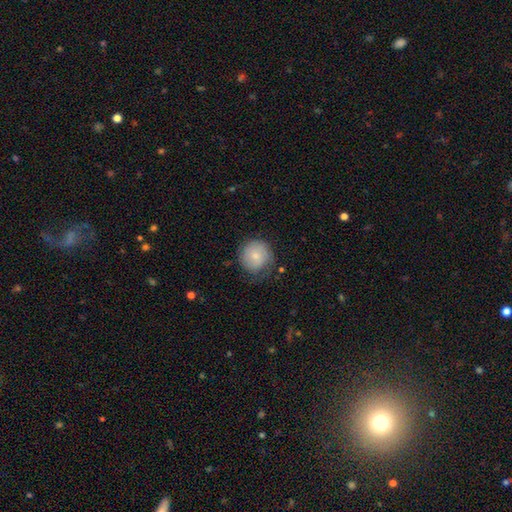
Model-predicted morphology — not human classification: Smooth or featured? smooth (73%)
How rounded? round (91%)
Merging? none (62%)